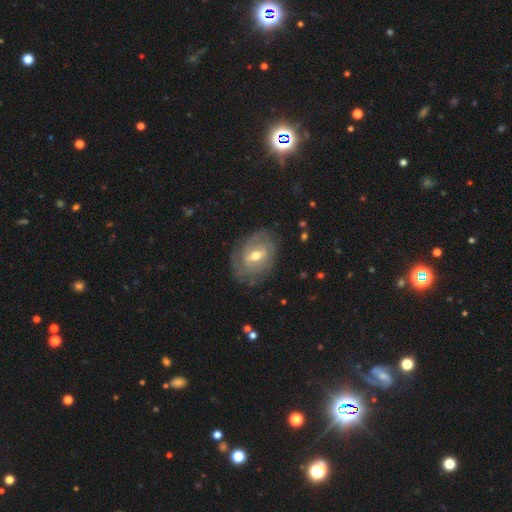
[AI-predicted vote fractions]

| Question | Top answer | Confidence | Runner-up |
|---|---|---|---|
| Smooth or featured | featured or disk | 70% | smooth (24%) |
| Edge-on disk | no | 94% | yes (6%) |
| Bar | weak | 54% | strong (25%) |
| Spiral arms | yes | 71% | no (29%) |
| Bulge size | moderate | 71% | small (23%) |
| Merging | none | 71% | minor disturbance (20%) |